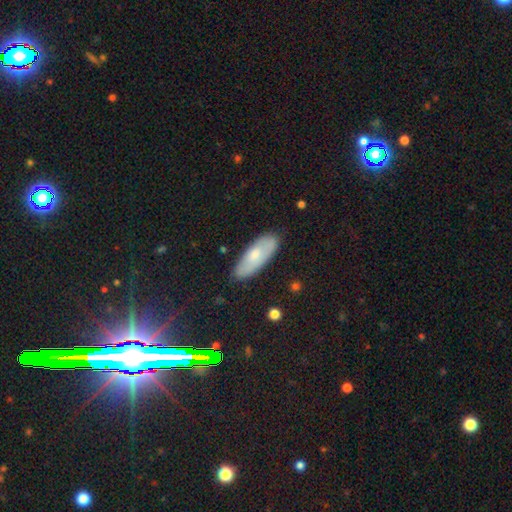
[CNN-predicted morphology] Q: Smooth or featured?
A: smooth (68%); runner-up: featured or disk (25%)
Q: How rounded?
A: in between (72%); runner-up: cigar-shaped (26%)
Q: Merging?
A: none (82%); runner-up: minor disturbance (14%)